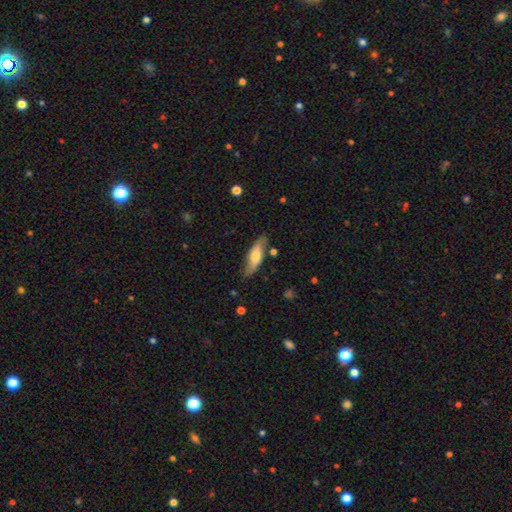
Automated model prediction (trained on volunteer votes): smooth_or_featured: smooth (p=0.52) [alt: featured or disk p=0.42]
how_rounded: in between (p=0.55) [alt: cigar-shaped p=0.42]
merging: none (p=0.75) [alt: minor disturbance p=0.18]